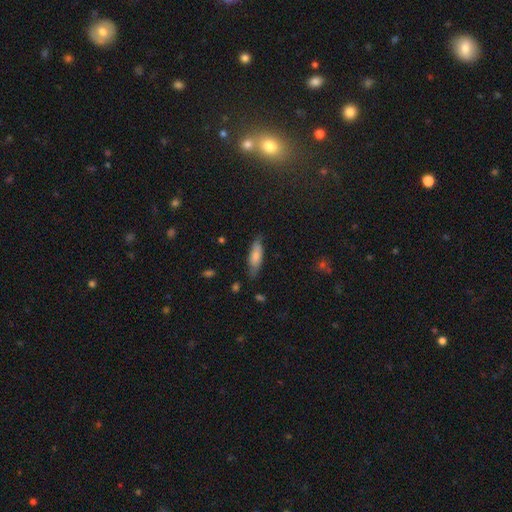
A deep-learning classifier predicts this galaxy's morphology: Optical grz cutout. It shows a smooth galaxy with no disk features (70%) that is in between round and cigar-shaped (55%). Merging: none (73%).